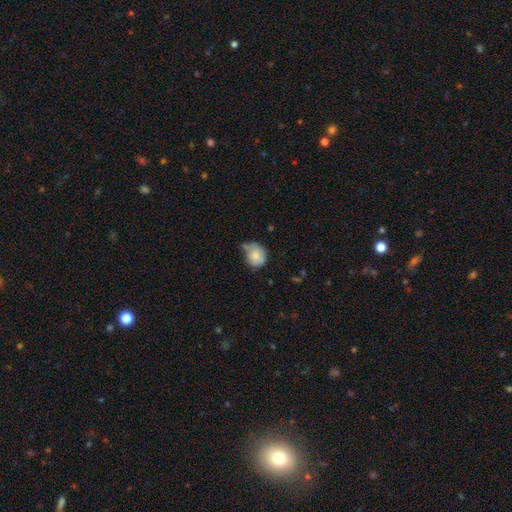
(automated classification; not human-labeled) This is likely a smooth galaxy (76%). How rounded: likely round (69%). Merging: marginally minor disturbance (40%).